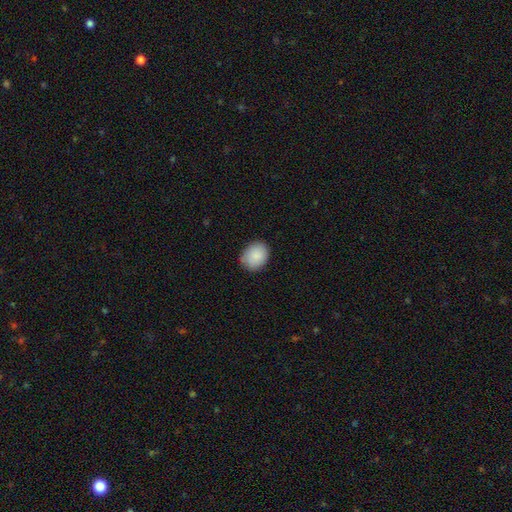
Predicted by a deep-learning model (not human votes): Smooth or featured: smooth — 88% (star or artifact — 6%)
How rounded: in between — 52% (round — 47%)
Merging: none — 80% (minor disturbance — 16%)